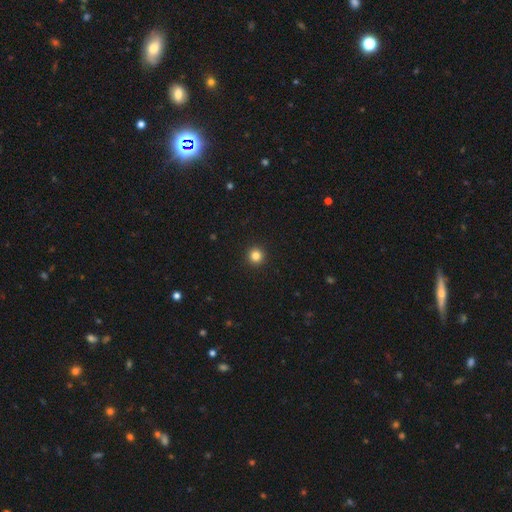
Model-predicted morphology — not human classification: Smooth or featured? smooth (83%)
How rounded? round (96%)
Merging? none (94%)